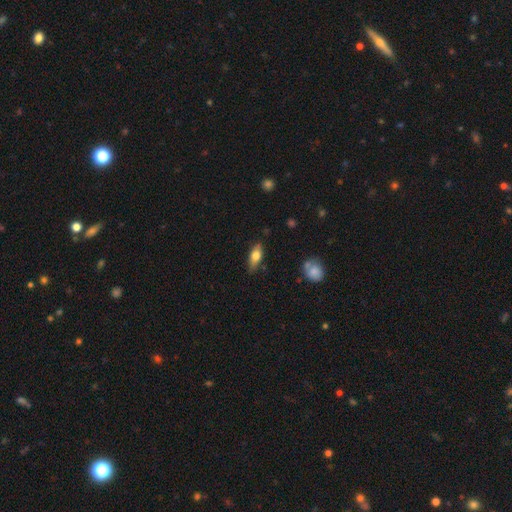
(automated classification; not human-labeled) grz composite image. It shows a smooth galaxy with no disk features (66%) that is in between round and cigar-shaped (73%). Merging: none (75%).